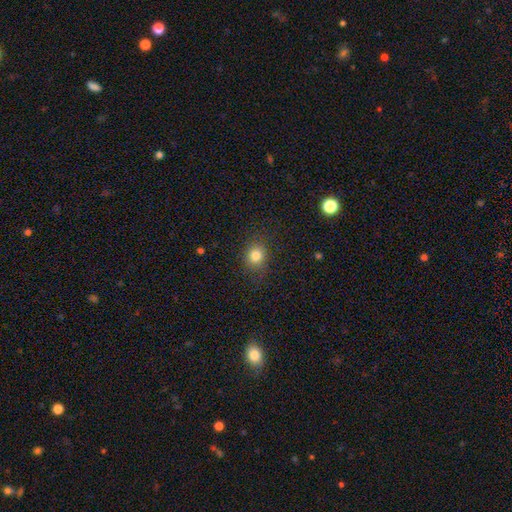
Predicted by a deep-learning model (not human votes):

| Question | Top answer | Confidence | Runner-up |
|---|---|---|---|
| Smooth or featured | smooth | 82% | star or artifact (12%) |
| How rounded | round | 66% | in between (33%) |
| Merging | none | 83% | minor disturbance (11%) |